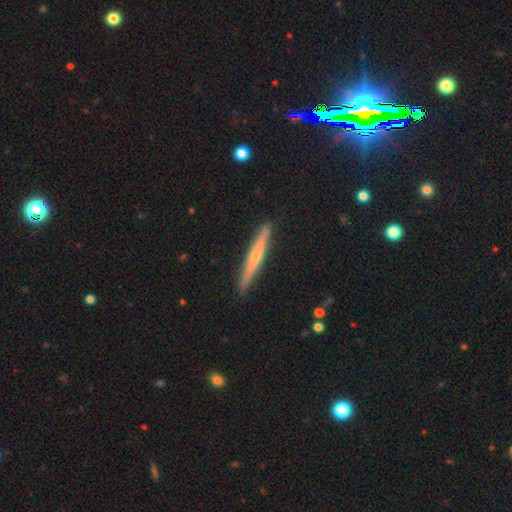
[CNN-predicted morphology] Smooth or featured?
  - featured or disk: 55% *
  - smooth: 39%
  - star or artifact: 6%
Edge-on disk?
  - yes: 97% *
  - no: 3%
Edge-on bulge?
  - rounded: 51% *
  - none: 43%
  - boxy: 6%
Merging?
  - none: 91% *
  - minor disturbance: 7%
  - major disturbance: 1%
  - merger: 1%